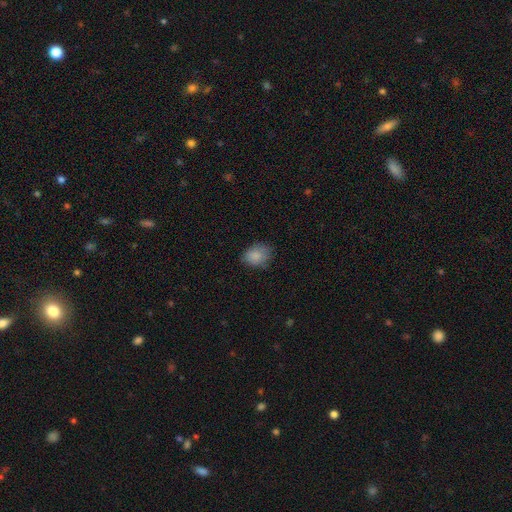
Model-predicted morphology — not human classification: A smooth galaxy with no disk features (86%) that is in between round and cigar-shaped (61%).

Vote fractions:
- Smooth or featured? smooth: 86% / star or artifact: 9% / featured or disk: 6%
- How rounded? in between: 61% / round: 38% / cigar-shaped: 1%
- Merging? none: 73% / minor disturbance: 21% / major disturbance: 5% / merger: 1%